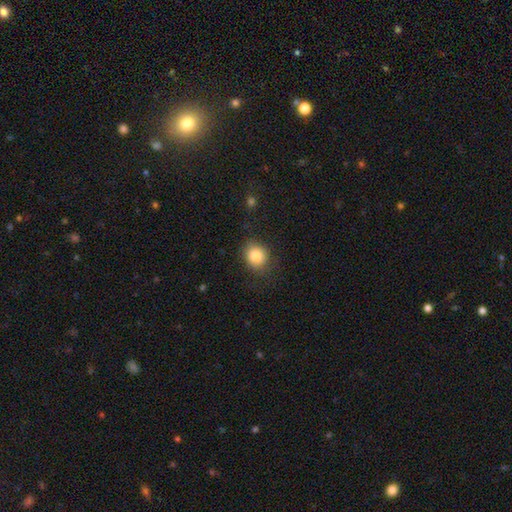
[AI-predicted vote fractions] The model was most divided on "how rounded": round: 72%, in between: 27%, cigar-shaped: 1%. More confident: smooth or featured — smooth (85%); merging — none (82%).